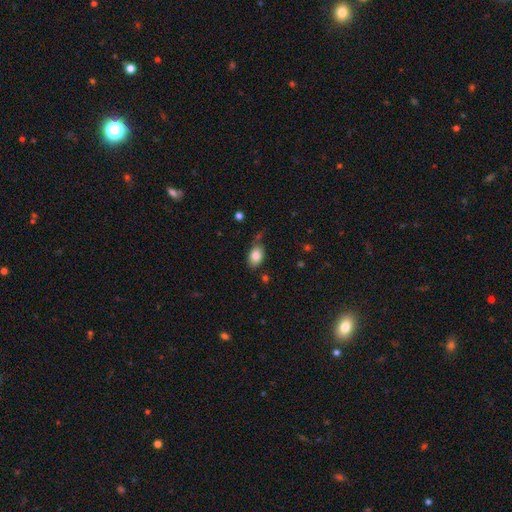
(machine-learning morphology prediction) Smooth or featured? smooth (84%)
How rounded? in between (86%)
Merging? none (65%)